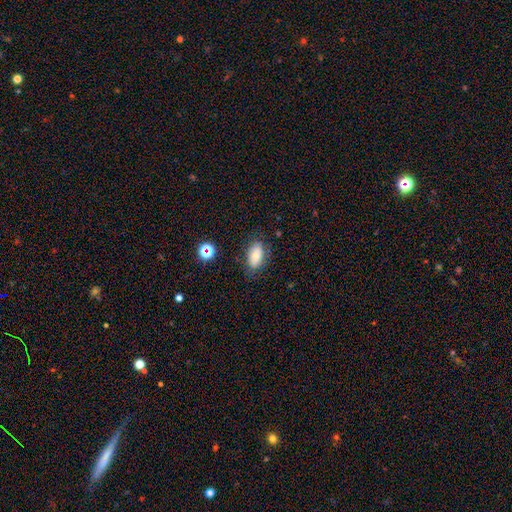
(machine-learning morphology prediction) Smooth or featured? smooth (74%)
How rounded? in between (91%)
Merging? none (78%)